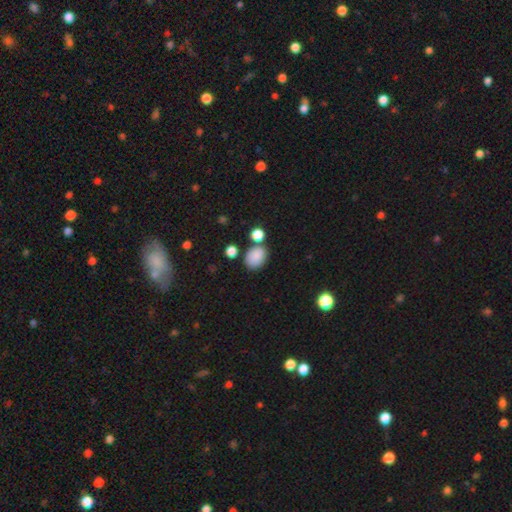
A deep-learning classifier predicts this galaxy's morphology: smooth-or-featured: smooth: 85% | star or artifact: 10% | featured or disk: 5%
  how-rounded: in between: 59% | round: 40% | cigar-shaped: 1%
  merging: none: 67% | minor disturbance: 15% | merger: 13% | major disturbance: 4%